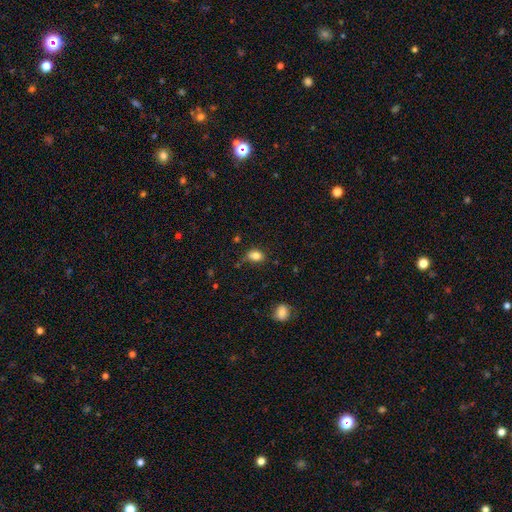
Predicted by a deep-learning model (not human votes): Morphology: type=smooth (83%); roundness=in between (76%); merging=none (71%).